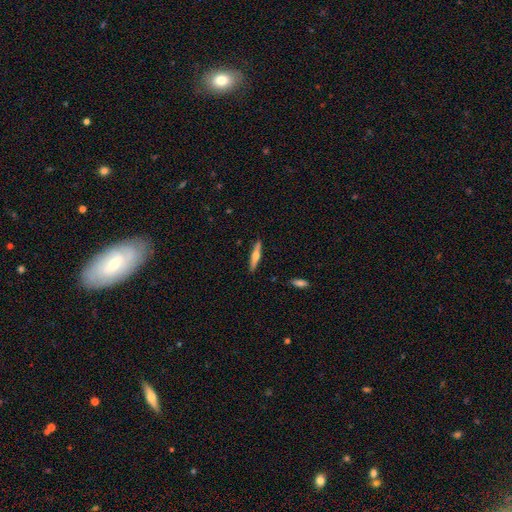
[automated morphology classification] Smooth or featured: featured or disk — 53% (smooth — 41%)
Edge-on disk: yes — 95% (no — 5%)
Edge-on bulge: rounded — 89% (none — 6%)
Merging: none — 89% (minor disturbance — 8%)